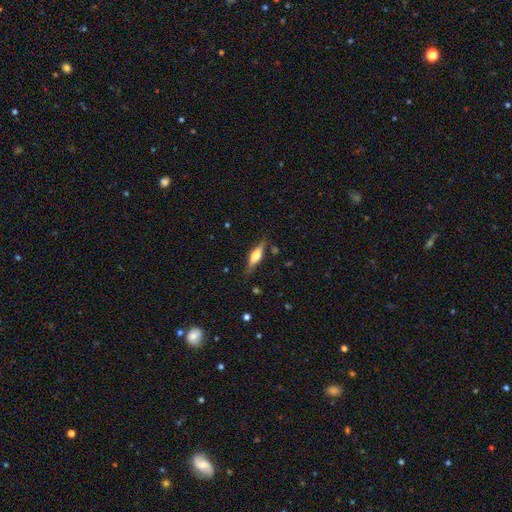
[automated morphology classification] Smooth or featured? featured or disk (58%)
Edge-on disk? yes (94%)
Edge-on bulge? rounded (84%)
Merging? none (80%)